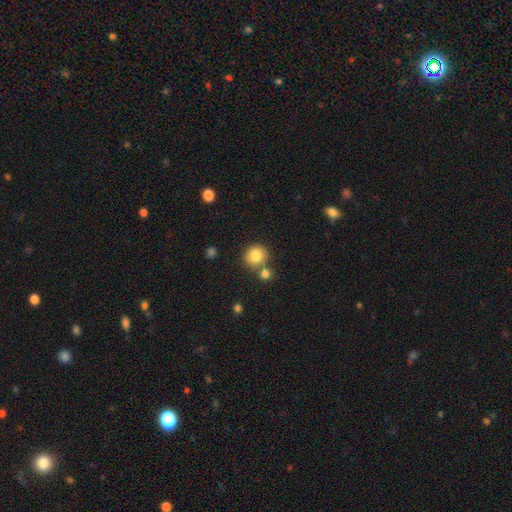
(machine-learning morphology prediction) Smooth or featured? smooth (83%)
How rounded? round (88%)
Merging? none (70%)